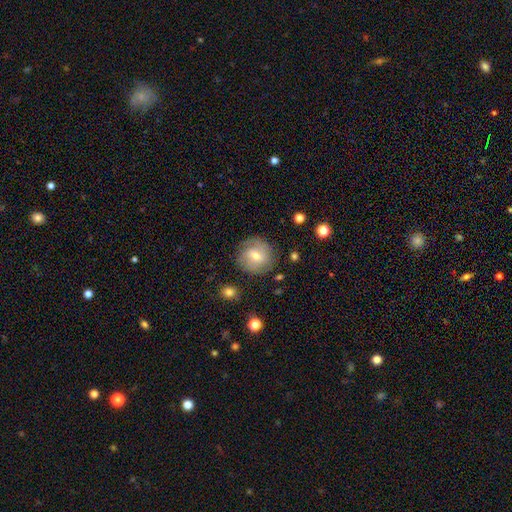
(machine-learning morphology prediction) Smooth or featured? smooth (51%)
How rounded? round (90%)
Merging? none (80%)